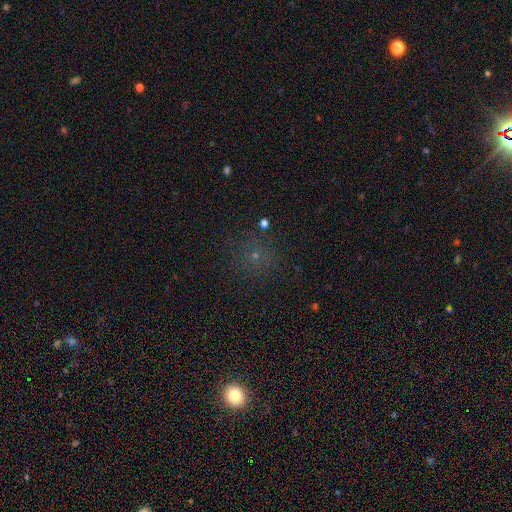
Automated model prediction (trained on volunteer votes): smooth_or_featured: smooth (p=0.51) [alt: star or artifact p=0.39]
how_rounded: round (p=0.92) [alt: in between p=0.07]
merging: none (p=0.82) [alt: minor disturbance p=0.10]